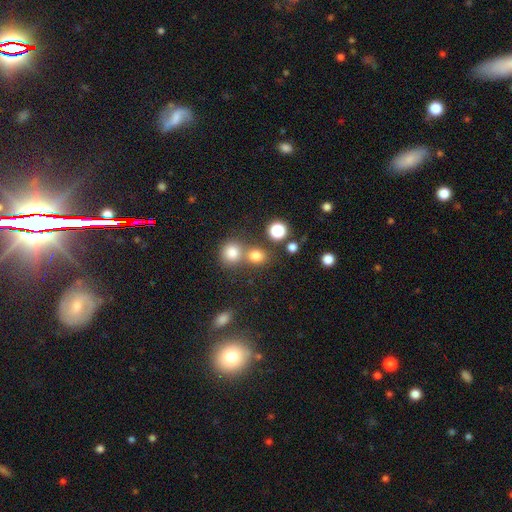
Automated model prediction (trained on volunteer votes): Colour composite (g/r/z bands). It shows a smooth galaxy with no disk features (77%) that is round (74%). Merging: none (55%).